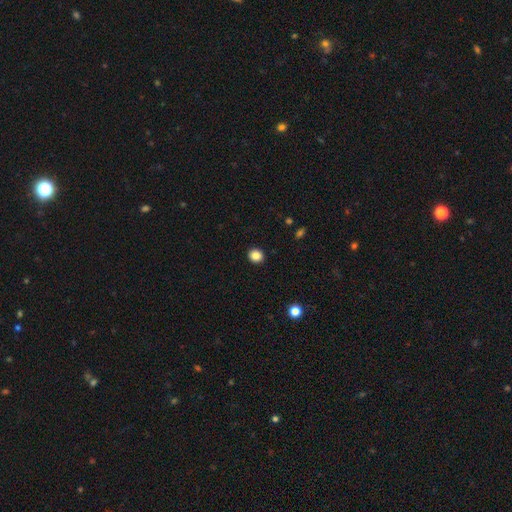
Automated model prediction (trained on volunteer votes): Morphology: type=smooth (86%); roundness=round (82%); merging=none (92%).